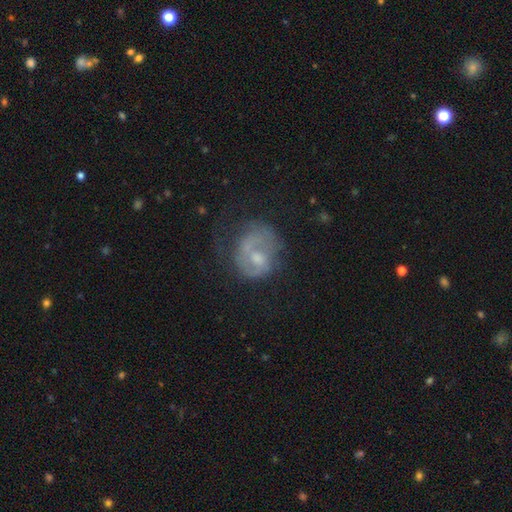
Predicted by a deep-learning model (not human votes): Smooth or featured?
  - featured or disk: 63% *
  - smooth: 27%
  - star or artifact: 9%
Edge-on disk?
  - no: 97% *
  - yes: 3%
Bar?
  - no: 60% *
  - weak: 33%
  - strong: 6%
Spiral arms?
  - yes: 62% *
  - no: 38%
Bulge size?
  - moderate: 53% *
  - small: 33%
  - none: 8%
  - large: 5%
  - dominant: 1%
Merging?
  - none: 48% *
  - major disturbance: 25%
  - minor disturbance: 24%
  - merger: 3%